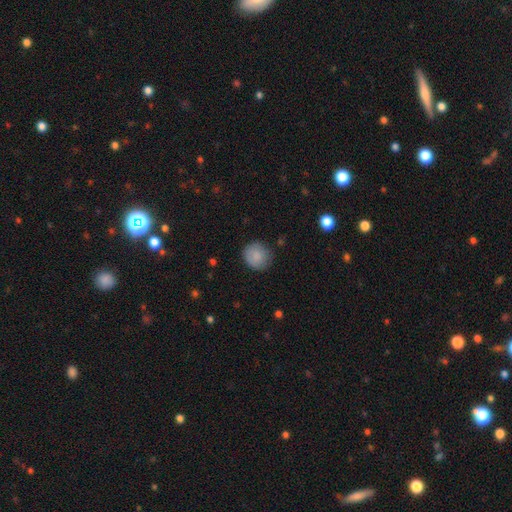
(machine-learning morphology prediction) The model was most divided on "merging": none: 81%, minor disturbance: 14%, major disturbance: 3%, merger: 1%. More confident: how rounded — round (89%); smooth or featured — smooth (84%).